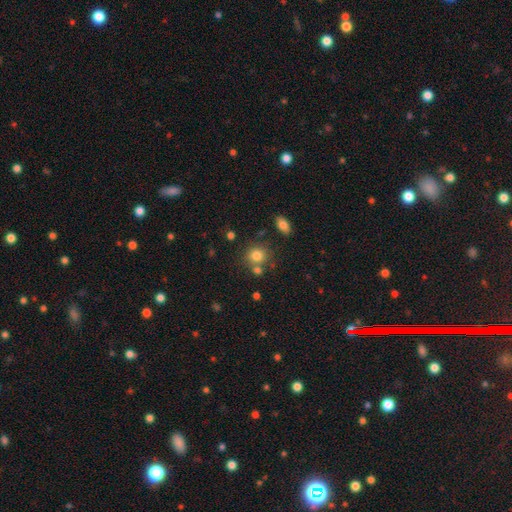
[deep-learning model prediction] The model was most divided on "merging": none: 70%, merger: 16%, minor disturbance: 10%, major disturbance: 4%. More confident: how rounded — round (83%); smooth or featured — smooth (80%).